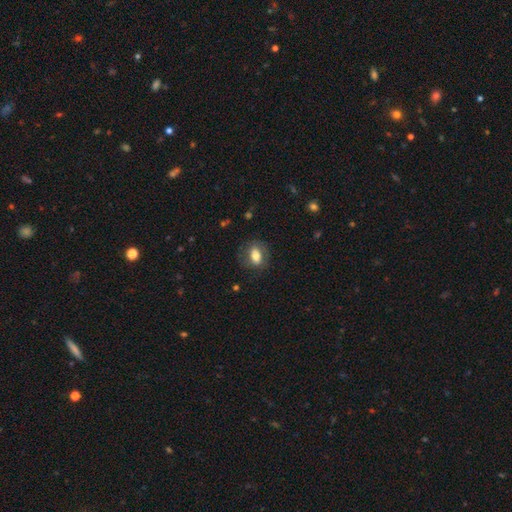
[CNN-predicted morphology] Smooth or featured?
  - smooth: 69% *
  - featured or disk: 23%
  - star or artifact: 8%
How rounded?
  - in between: 76% *
  - round: 21%
  - cigar-shaped: 3%
Merging?
  - none: 74% *
  - minor disturbance: 16%
  - major disturbance: 8%
  - merger: 1%